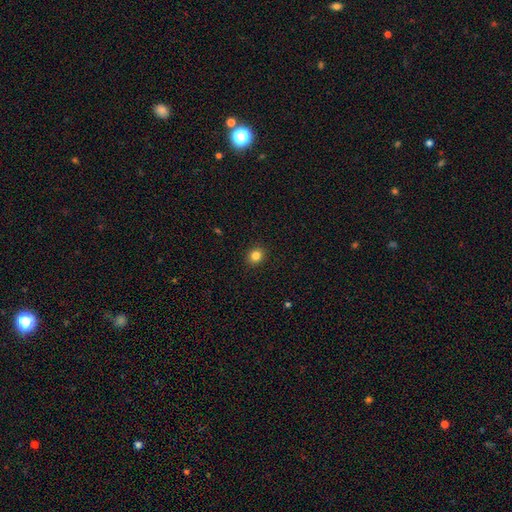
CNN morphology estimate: Smooth or featured: smooth — 84% (star or artifact — 11%)
How rounded: round — 74% (in between — 25%)
Merging: none — 92% (minor disturbance — 5%)